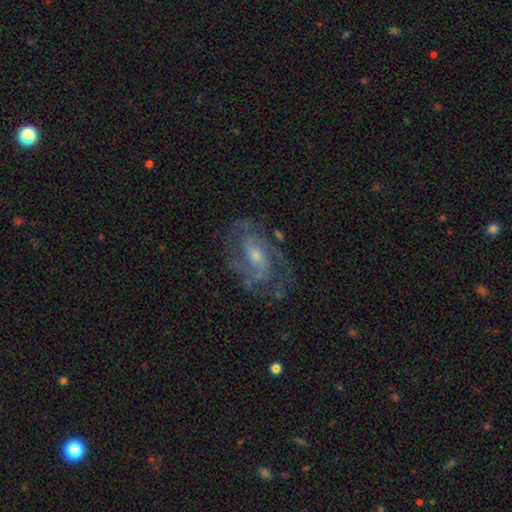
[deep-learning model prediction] Smooth or featured?
  - featured or disk: 81% *
  - smooth: 11%
  - star or artifact: 8%
Edge-on disk?
  - no: 96% *
  - yes: 4%
Bar?
  - no: 45% *
  - weak: 43%
  - strong: 12%
Spiral arms?
  - yes: 89% *
  - no: 11%
Spiral winding?
  - medium: 47% *
  - tight: 37%
  - loose: 16%
Spiral arm count?
  - 2: 55% *
  - can't tell: 23%
  - 3: 12%
  - 1: 4%
  - 4: 3%
  - more than 4: 3%
Bulge size?
  - small: 52% *
  - moderate: 40%
  - none: 5%
  - large: 3%
  - dominant: 1%
Merging?
  - none: 68% *
  - minor disturbance: 18%
  - major disturbance: 12%
  - merger: 2%